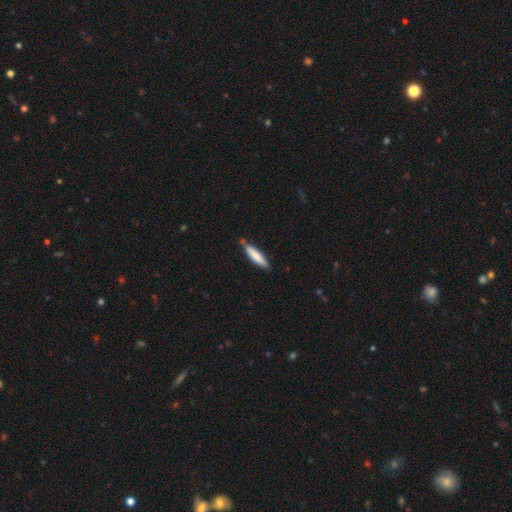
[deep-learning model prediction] Q: Smooth or featured?
A: smooth (78%); runner-up: featured or disk (17%)
Q: How rounded?
A: cigar-shaped (82%); runner-up: in between (17%)
Q: Merging?
A: none (78%); runner-up: minor disturbance (15%)